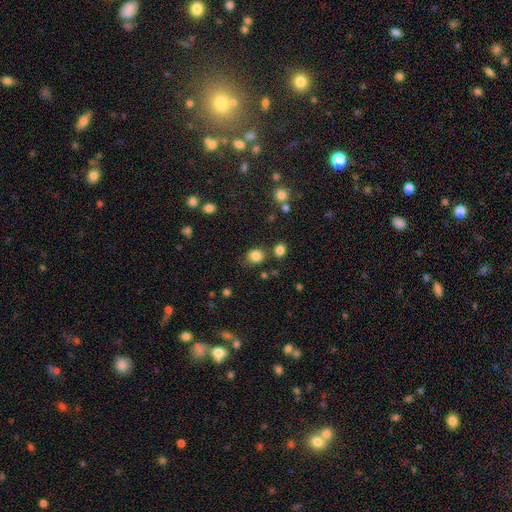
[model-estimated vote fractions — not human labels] This appears to be a smooth galaxy with no disk features (84%) that is round (72%). Merging: none (75%).